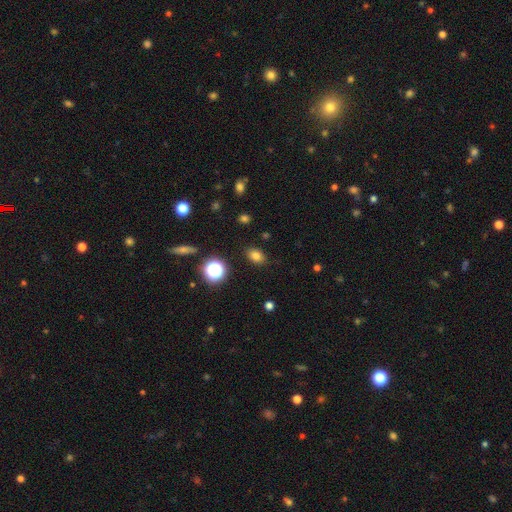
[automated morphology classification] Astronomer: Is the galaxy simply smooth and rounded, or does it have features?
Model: smooth — 78%.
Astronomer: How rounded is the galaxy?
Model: in between — 73%.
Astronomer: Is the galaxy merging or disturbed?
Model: none — 85%.